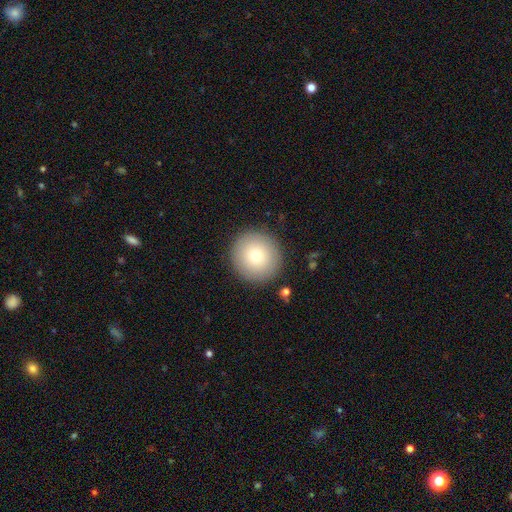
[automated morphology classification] A smooth galaxy with no disk features (79%) that is round (94%). Merging: none (90%).